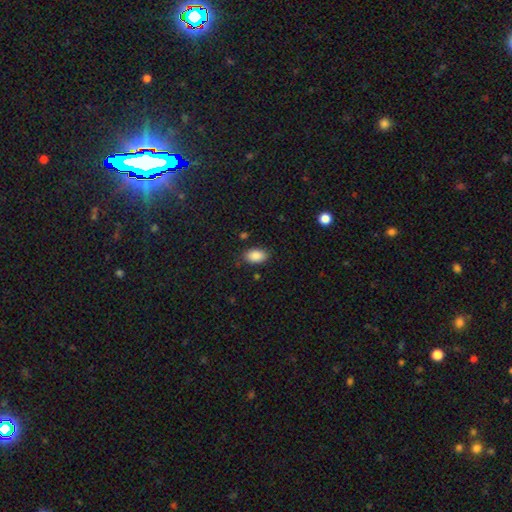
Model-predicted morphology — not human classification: type=smooth (87%); roundness=in between (91%); merging=none (84%).